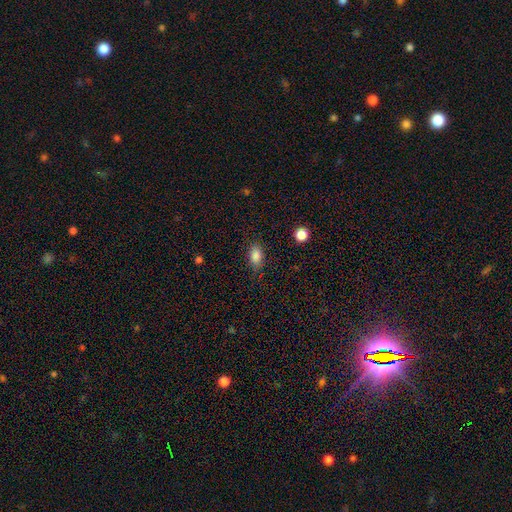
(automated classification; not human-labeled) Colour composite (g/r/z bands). It shows a smooth galaxy with no disk features (84%) that is in between round and cigar-shaped (85%). Merging: none (81%).